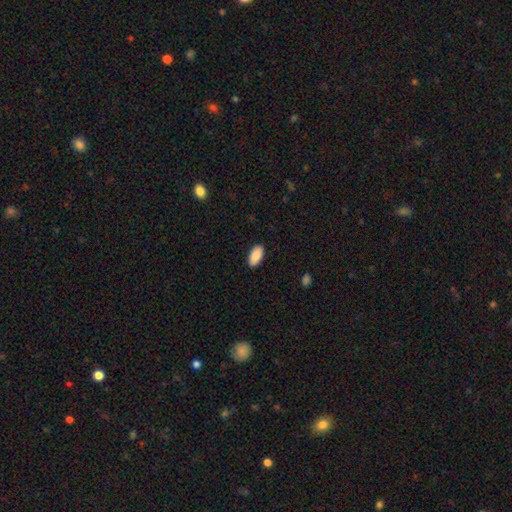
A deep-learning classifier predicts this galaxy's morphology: Smooth or featured? Predicted: smooth (p=0.90). How rounded? Predicted: in between (p=0.92). Merging? Predicted: none (p=0.90).